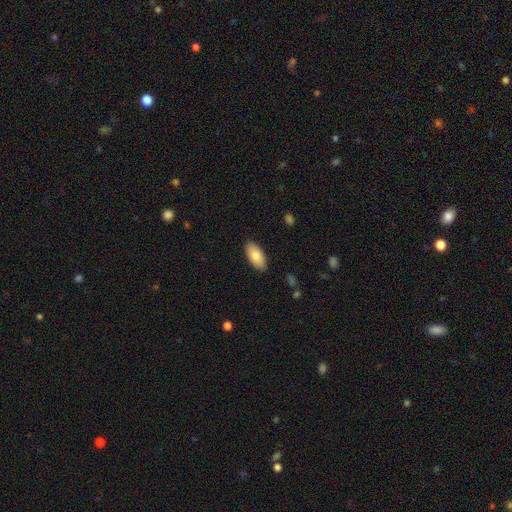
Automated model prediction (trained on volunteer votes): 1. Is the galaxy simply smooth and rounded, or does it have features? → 80% smooth, 14% featured or disk, 6% star or artifact.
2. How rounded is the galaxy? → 93% in between, 5% cigar-shaped, 2% round.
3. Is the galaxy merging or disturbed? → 88% none, 9% minor disturbance, 2% major disturbance, 1% merger.